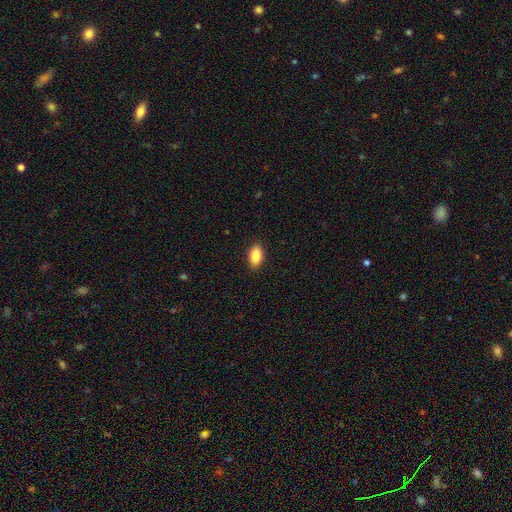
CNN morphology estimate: smooth_or_featured: smooth (p=0.87) [alt: star or artifact p=0.07]
how_rounded: in between (p=0.91) [alt: round p=0.06]
merging: none (p=0.89) [alt: minor disturbance p=0.08]